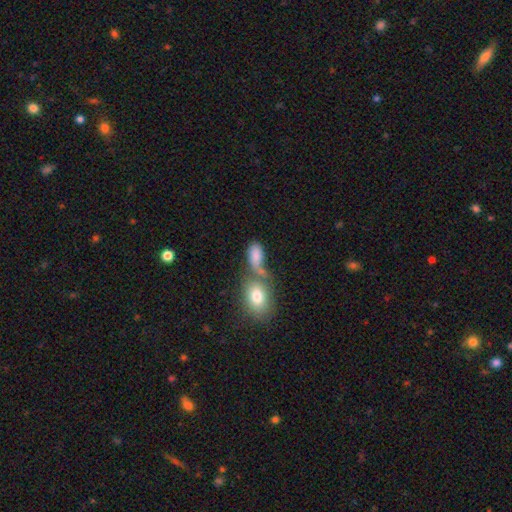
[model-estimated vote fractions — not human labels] smooth_or_featured: smooth (p=0.80) [alt: featured or disk p=0.10]
how_rounded: in between (p=0.88) [alt: round p=0.07]
merging: merger (p=0.47) [alt: none p=0.31]